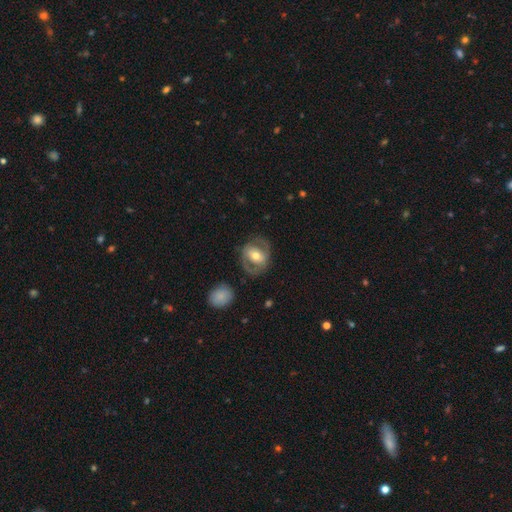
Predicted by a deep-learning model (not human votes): Smooth or featured? Predicted: featured or disk (p=0.61). Edge-on disk? Predicted: no (p=0.95). Bar? Predicted: no (p=0.38). Spiral arms? Predicted: yes (p=0.66). Bulge size? Predicted: moderate (p=0.70). Merging? Predicted: none (p=0.73).